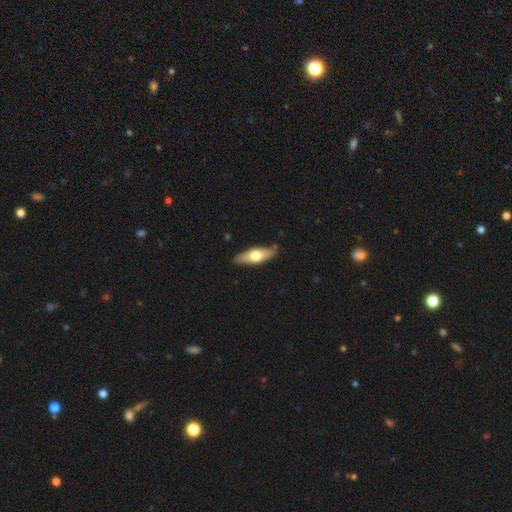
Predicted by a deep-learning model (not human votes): This is possibly a smooth galaxy (53%). How rounded: possibly in between (50%). Merging: clearly none (85%).